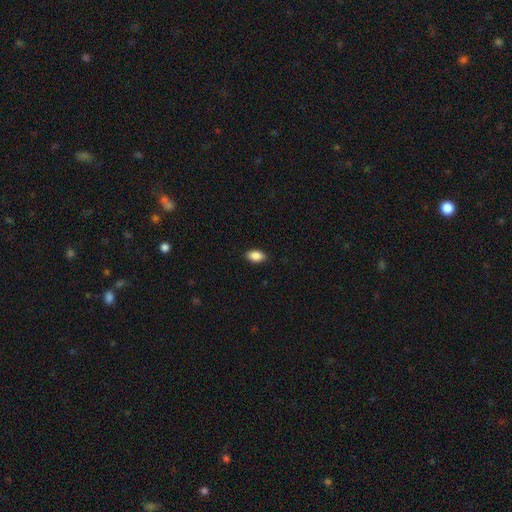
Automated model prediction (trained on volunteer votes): smooth-or-featured: smooth: 88% | star or artifact: 7% | featured or disk: 4%
  how-rounded: in between: 92% | round: 6% | cigar-shaped: 3%
  merging: none: 88% | minor disturbance: 9% | major disturbance: 2% | merger: 1%